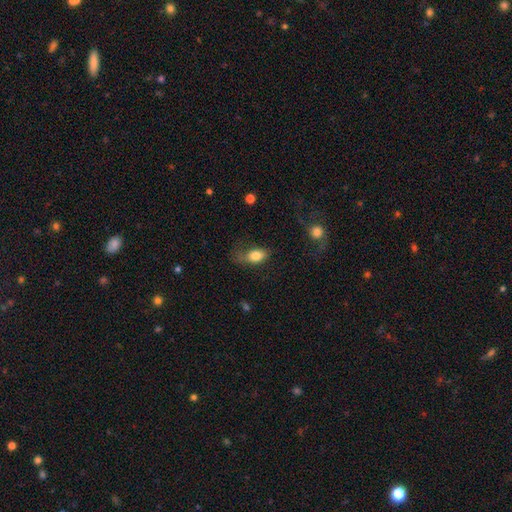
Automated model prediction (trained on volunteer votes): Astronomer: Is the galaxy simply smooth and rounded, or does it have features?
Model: smooth — 81%.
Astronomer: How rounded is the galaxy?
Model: in between — 86%.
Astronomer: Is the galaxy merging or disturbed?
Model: none — 46% (runner-up: minor disturbance, 29%).